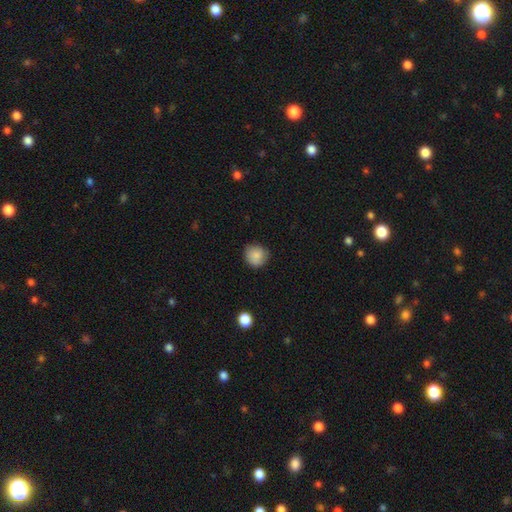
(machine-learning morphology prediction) Q: Smooth or featured?
A: smooth (85%); runner-up: star or artifact (9%)
Q: How rounded?
A: round (90%); runner-up: in between (9%)
Q: Merging?
A: none (82%); runner-up: minor disturbance (15%)